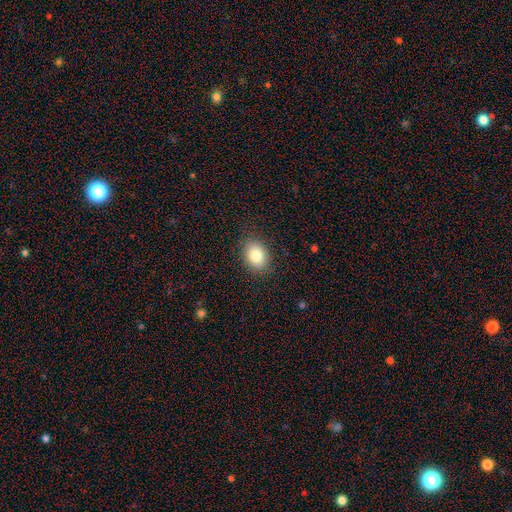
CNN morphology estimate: Smooth or featured: smooth — 82% (star or artifact — 9%)
How rounded: in between — 65% (round — 34%)
Merging: none — 87% (minor disturbance — 10%)